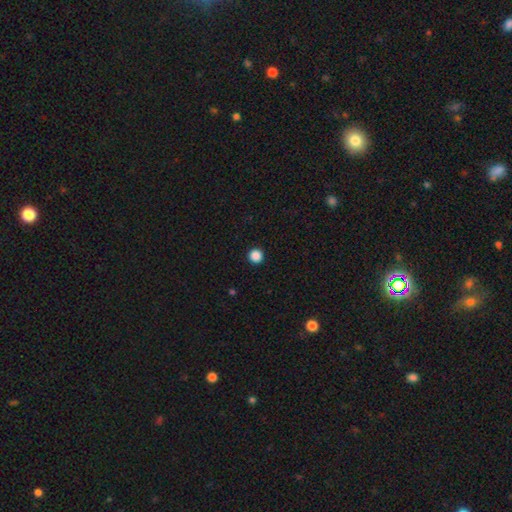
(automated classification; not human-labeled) Smooth or featured: smooth — 87% (star or artifact — 11%)
How rounded: round — 96% (in between — 3%)
Merging: none — 94% (minor disturbance — 3%)